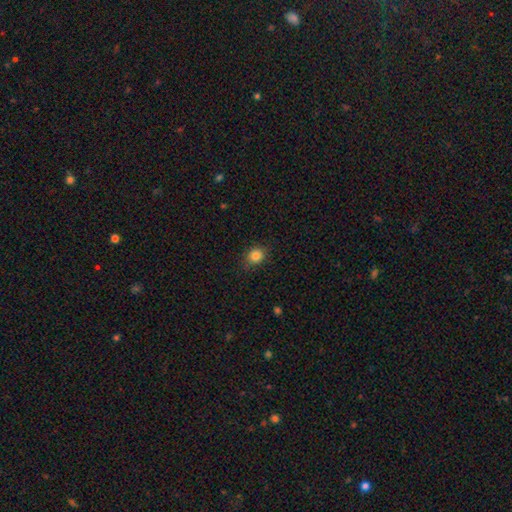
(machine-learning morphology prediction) type=smooth (85%); roundness=round (67%); merging=none (84%).